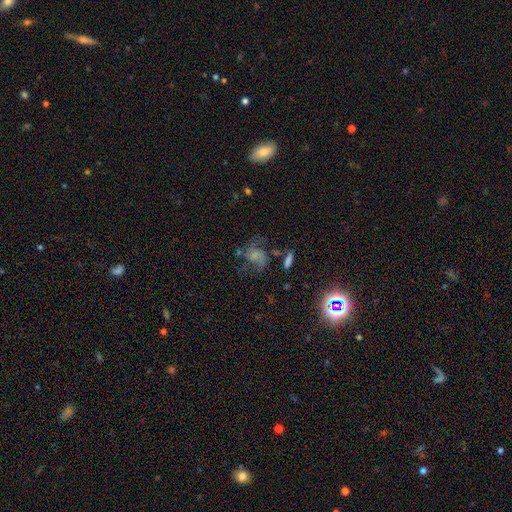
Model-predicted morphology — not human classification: Q: Smooth or featured?
A: featured or disk (51%); runner-up: smooth (35%)
Q: Edge-on disk?
A: no (97%); runner-up: yes (3%)
Q: Merging?
A: none (44%); runner-up: major disturbance (27%)